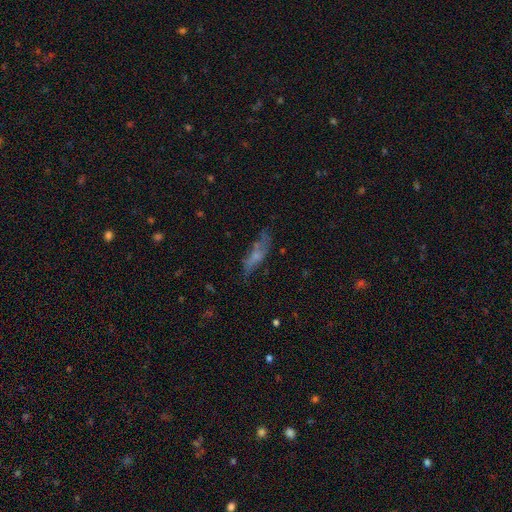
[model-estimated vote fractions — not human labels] A smooth galaxy with no disk features (50%).

Vote fractions:
- Smooth or featured? smooth: 50% / featured or disk: 38% / star or artifact: 12%
- Merging? none: 52% / minor disturbance: 26% / major disturbance: 17% / merger: 5%